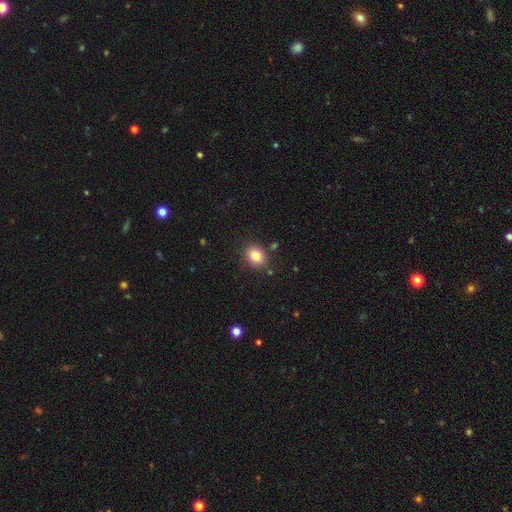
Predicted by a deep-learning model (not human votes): Morphology: type=smooth (82%); roundness=round (53%); merging=none (85%).